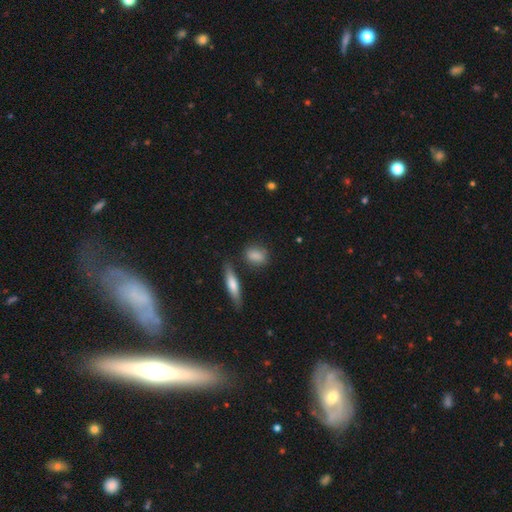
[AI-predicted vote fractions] smooth 83%, featured or disk 9%, star or artifact 8%. Down the decision tree: how rounded — in between (61%); merging — none (72%).